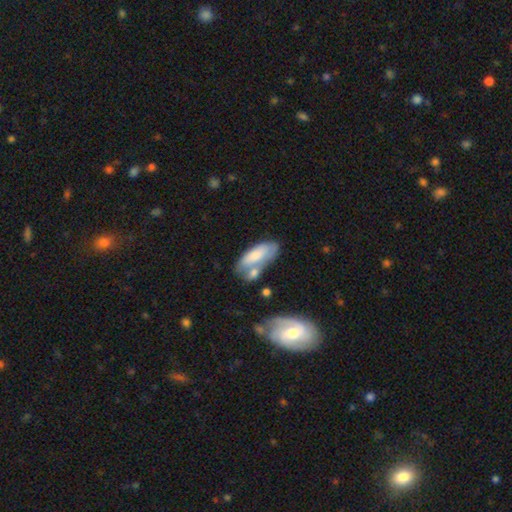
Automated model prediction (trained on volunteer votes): smooth_or_featured: smooth (p=0.70) [alt: featured or disk p=0.24]
how_rounded: in between (p=0.78) [alt: cigar-shaped p=0.20]
merging: none (p=0.38) [alt: merger p=0.33]